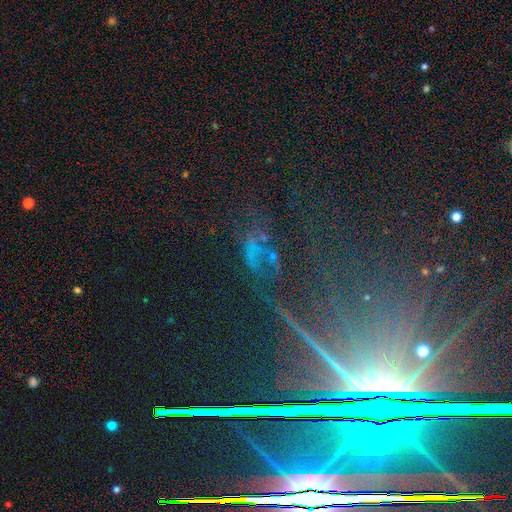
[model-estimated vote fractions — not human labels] This appears to be a star or artifact, not a galaxy (72%).